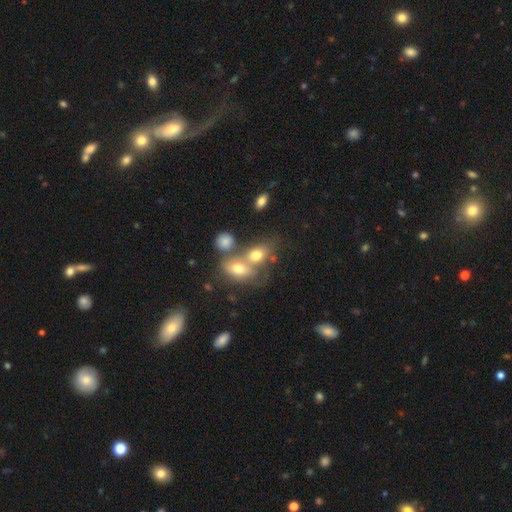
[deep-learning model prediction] smooth 63%, featured or disk 22%, star or artifact 15%. Down the decision tree: how rounded — in between (68%); merging — merger (52%).